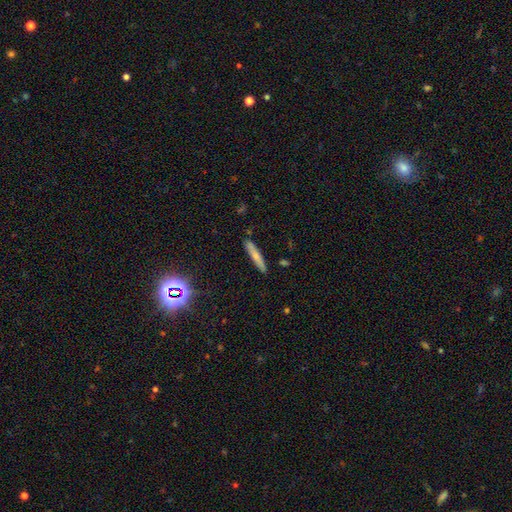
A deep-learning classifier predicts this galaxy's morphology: A smooth galaxy with no disk features (65%) that is cigar-shaped (92%).

Vote fractions:
- Smooth or featured? smooth: 65% / featured or disk: 27% / star or artifact: 9%
- How rounded? cigar-shaped: 92% / in between: 6% / round: 2%
- Merging? none: 87% / minor disturbance: 9% / merger: 2% / major disturbance: 2%